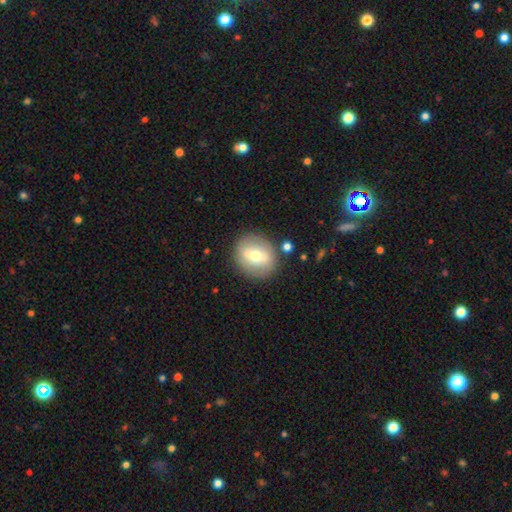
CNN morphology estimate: smooth-or-featured: smooth: 54% | featured or disk: 38% | star or artifact: 8%
  how-rounded: round: 79% | in between: 20% | cigar-shaped: 1%
  merging: none: 85% | minor disturbance: 9% | major disturbance: 3% | merger: 3%